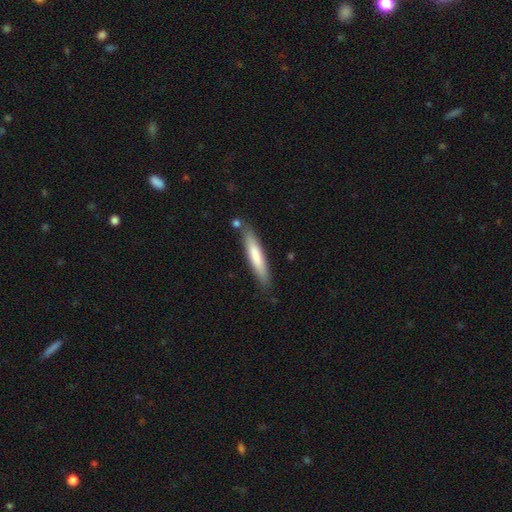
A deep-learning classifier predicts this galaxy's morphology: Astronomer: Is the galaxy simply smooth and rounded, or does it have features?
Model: smooth — 74%.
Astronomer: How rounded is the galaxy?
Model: cigar-shaped — 88%.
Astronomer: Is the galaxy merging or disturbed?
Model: none — 81%.